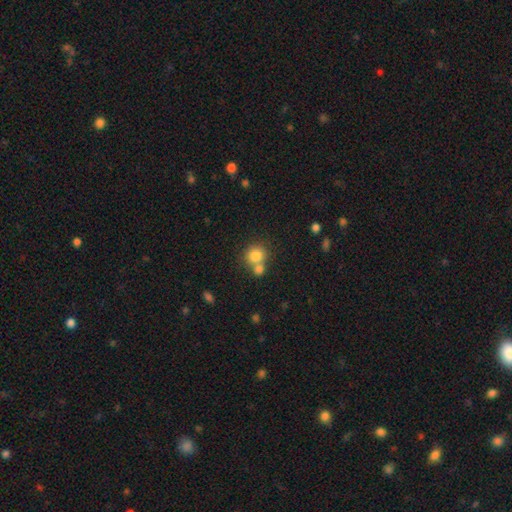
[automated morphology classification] smooth_or_featured: smooth (p=0.80) [alt: star or artifact p=0.11]
how_rounded: round (p=0.83) [alt: in between p=0.17]
merging: none (p=0.49) [alt: merger p=0.39]